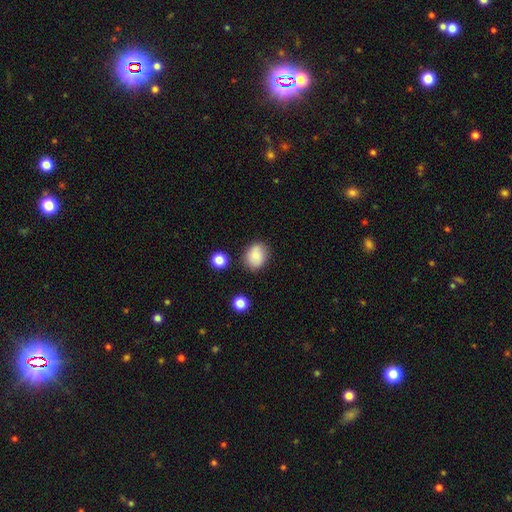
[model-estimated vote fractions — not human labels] Smooth or featured? Predicted: smooth (p=0.79). How rounded? Predicted: round (p=0.56). Merging? Predicted: none (p=0.79).